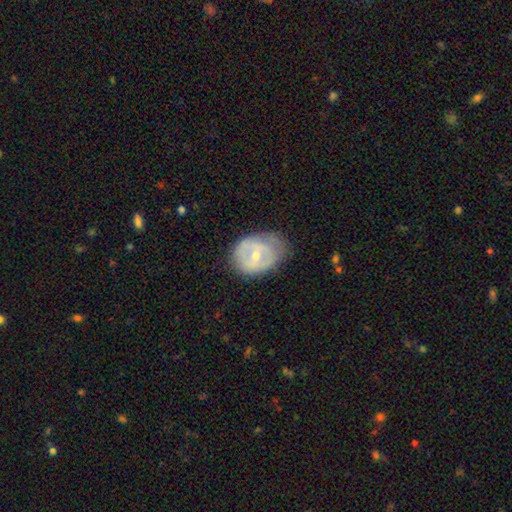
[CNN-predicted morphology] The model was most divided on "bar": weak: 42%, no: 39%, strong: 19%. Remaining: edge-on disk — no (95%); spiral arms — no (63%); smooth or featured — featured or disk (57%); merging — none (55%); bulge size — moderate (50%).